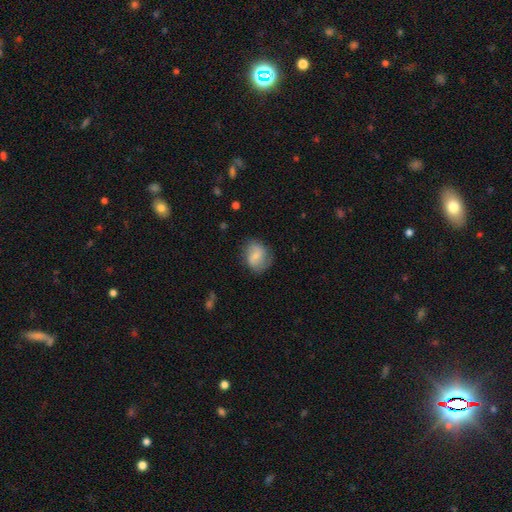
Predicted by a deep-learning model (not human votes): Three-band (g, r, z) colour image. It shows a smooth galaxy with no disk features (58%) that is round (58%). Merging: none (69%).